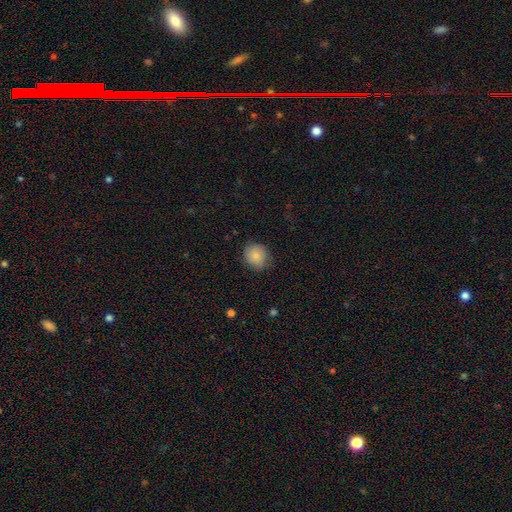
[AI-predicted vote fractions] A smooth galaxy with no disk features (83%) that is round (78%). Merging: none (77%).